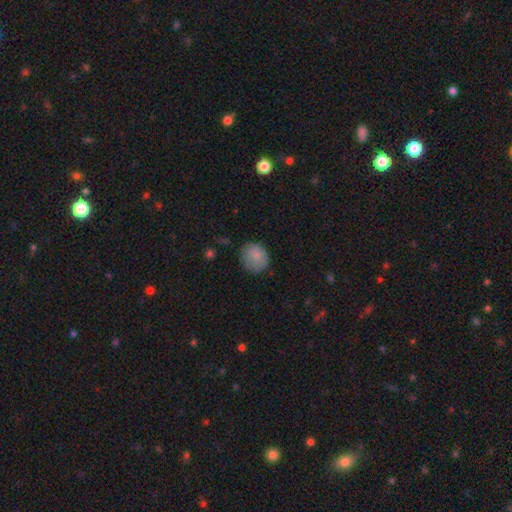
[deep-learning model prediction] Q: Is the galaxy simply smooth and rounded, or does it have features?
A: smooth — 84%.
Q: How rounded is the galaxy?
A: round — 64%.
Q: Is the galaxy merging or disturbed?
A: none — 69%.